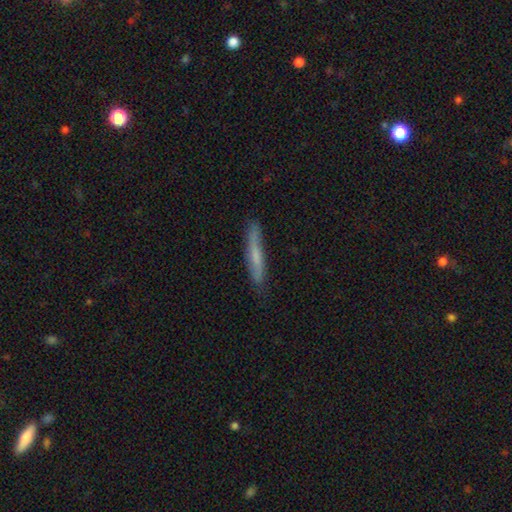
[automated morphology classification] smooth 57%, featured or disk 36%, star or artifact 7%. Down the decision tree: how rounded — cigar-shaped (93%); merging — none (81%).